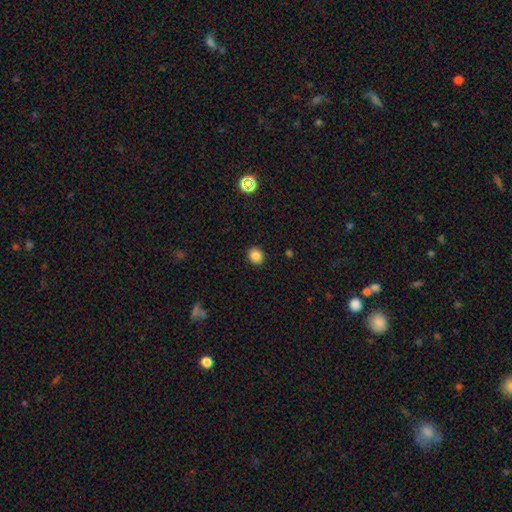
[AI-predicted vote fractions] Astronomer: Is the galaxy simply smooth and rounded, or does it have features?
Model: smooth — 84%.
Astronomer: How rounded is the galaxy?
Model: round — 81%.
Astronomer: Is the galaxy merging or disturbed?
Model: none — 91%.